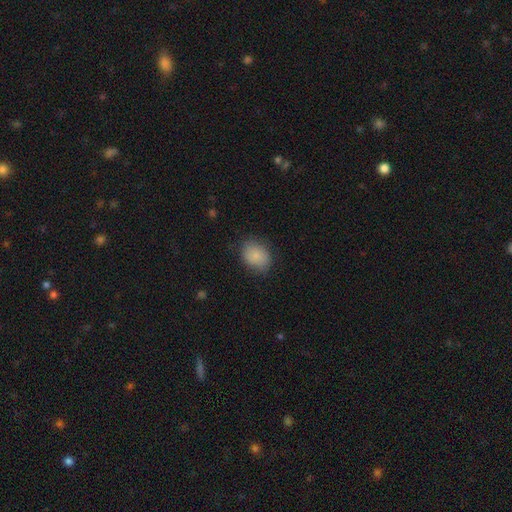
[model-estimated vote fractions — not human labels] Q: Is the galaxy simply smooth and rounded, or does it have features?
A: smooth — 85%.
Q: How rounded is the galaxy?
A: in between — 57%.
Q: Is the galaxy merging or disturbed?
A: none — 78%.